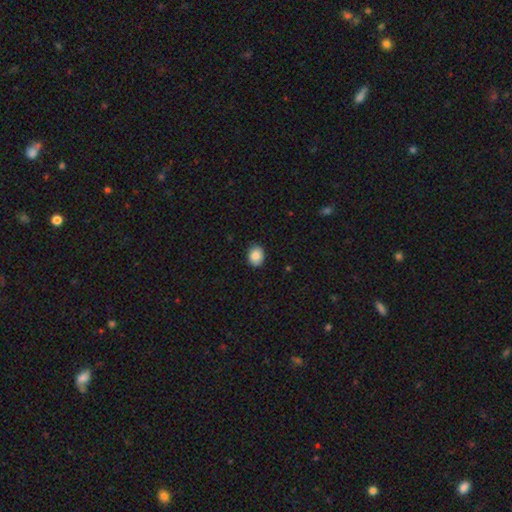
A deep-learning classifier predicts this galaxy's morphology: This is clearly a smooth galaxy (87%). How rounded: possibly round (53%). Merging: clearly none (88%).